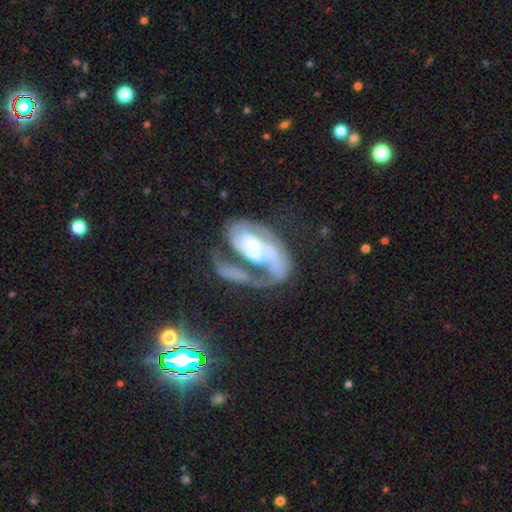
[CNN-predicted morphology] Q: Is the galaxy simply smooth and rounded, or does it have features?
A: featured or disk — 74%.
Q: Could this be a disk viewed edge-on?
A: no — 95%.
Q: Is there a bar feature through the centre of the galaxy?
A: no — 69%.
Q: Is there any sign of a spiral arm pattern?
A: yes — 67%.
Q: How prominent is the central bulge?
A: moderate — 50%.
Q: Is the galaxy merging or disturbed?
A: merger — 54%.